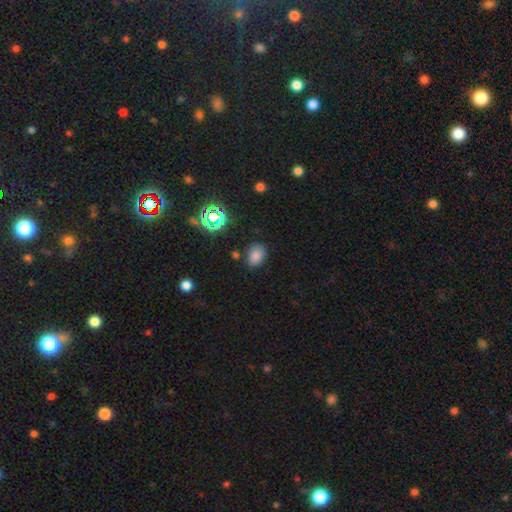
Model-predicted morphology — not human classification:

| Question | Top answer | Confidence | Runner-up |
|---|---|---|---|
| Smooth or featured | smooth | 77% | star or artifact (17%) |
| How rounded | in between | 71% | round (28%) |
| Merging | none | 76% | minor disturbance (16%) |